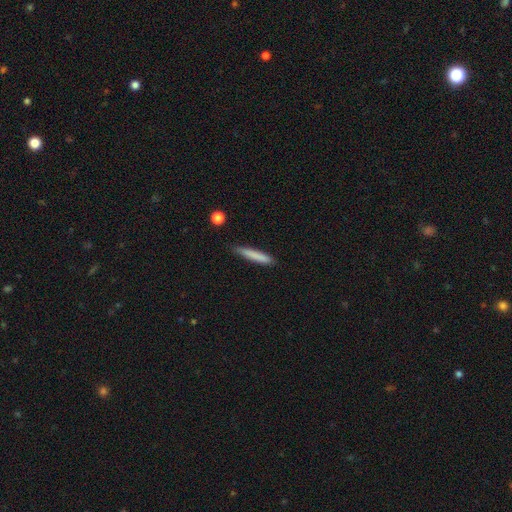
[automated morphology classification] Smooth or featured: smooth — 79% (featured or disk — 15%)
How rounded: cigar-shaped — 94% (in between — 5%)
Merging: none — 84% (minor disturbance — 12%)